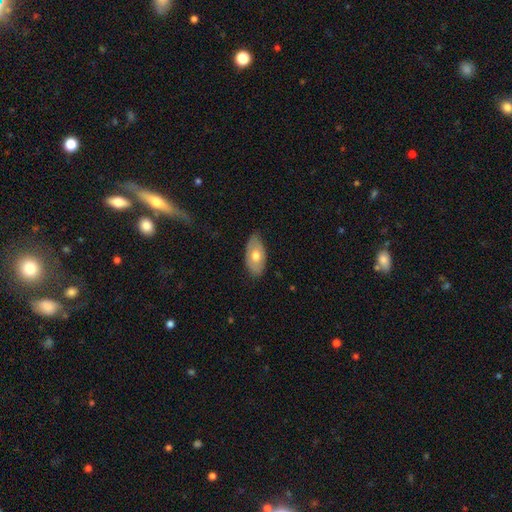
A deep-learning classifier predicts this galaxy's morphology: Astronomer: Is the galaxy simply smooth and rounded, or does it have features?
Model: smooth — 59% (runner-up: featured or disk, 36%).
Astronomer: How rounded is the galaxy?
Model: in between — 92%.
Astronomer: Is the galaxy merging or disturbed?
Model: none — 72%.